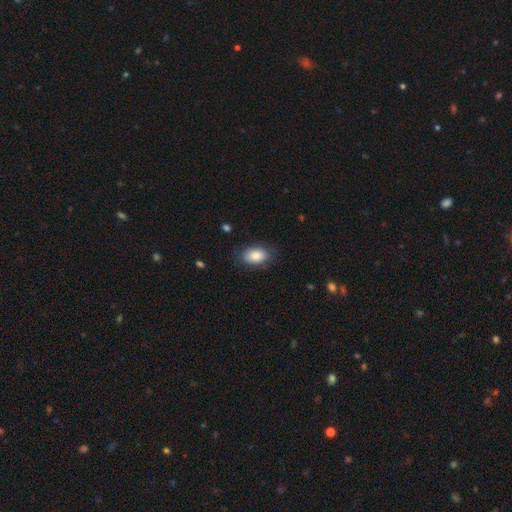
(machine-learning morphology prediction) Q: Smooth or featured?
A: smooth (85%); runner-up: featured or disk (8%)
Q: How rounded?
A: in between (88%); runner-up: round (11%)
Q: Merging?
A: none (80%); runner-up: minor disturbance (15%)